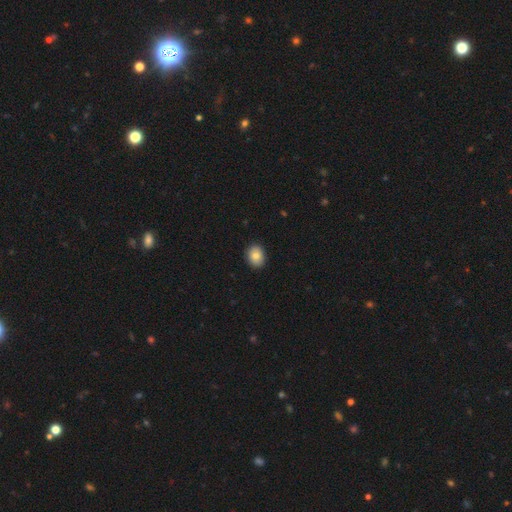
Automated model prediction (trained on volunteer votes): A smooth galaxy with no disk features (83%) that is in between round and cigar-shaped (56%).

Vote fractions:
- Smooth or featured? smooth: 83% / featured or disk: 9% / star or artifact: 8%
- How rounded? in between: 56% / round: 43% / cigar-shaped: 1%
- Merging? none: 89% / minor disturbance: 8% / major disturbance: 2% / merger: 1%